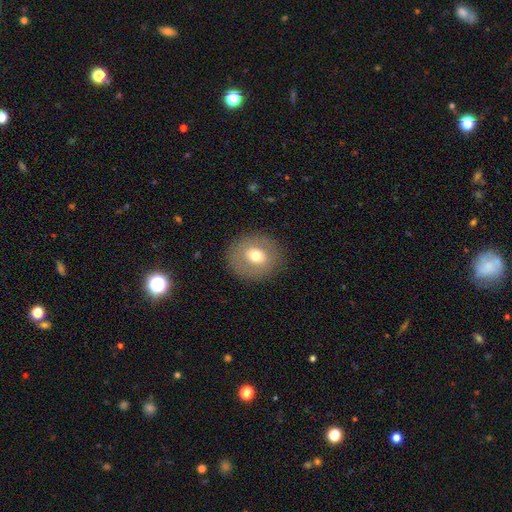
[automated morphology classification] Overall: smooth (66%). How rounded: round (77%). Merging: none (86%).